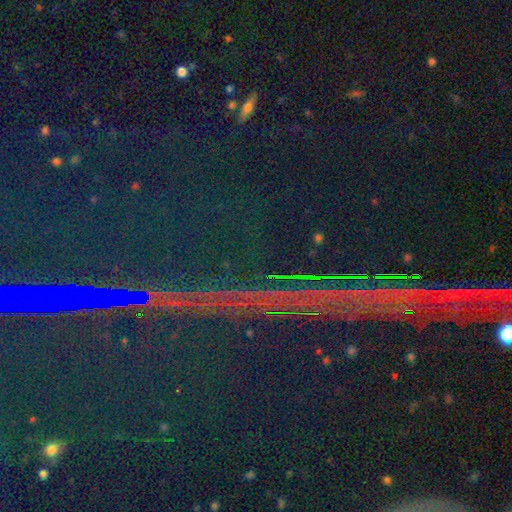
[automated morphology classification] A star or artifact, not a galaxy (88%).

Vote fractions:
- Smooth or featured? star or artifact: 88% / featured or disk: 6% / smooth: 6%